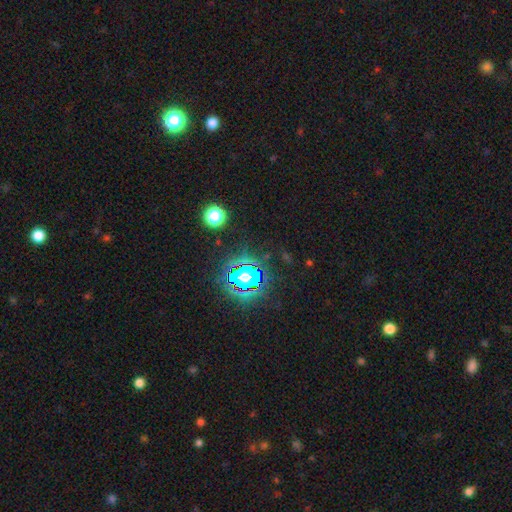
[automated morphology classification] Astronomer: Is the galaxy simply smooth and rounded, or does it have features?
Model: star or artifact — 83%.